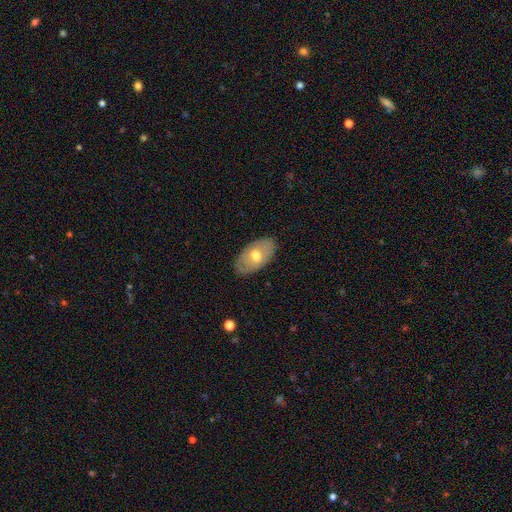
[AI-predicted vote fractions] This is possibly a smooth galaxy (57%). How rounded: clearly in between (94%). Merging: clearly none (83%).